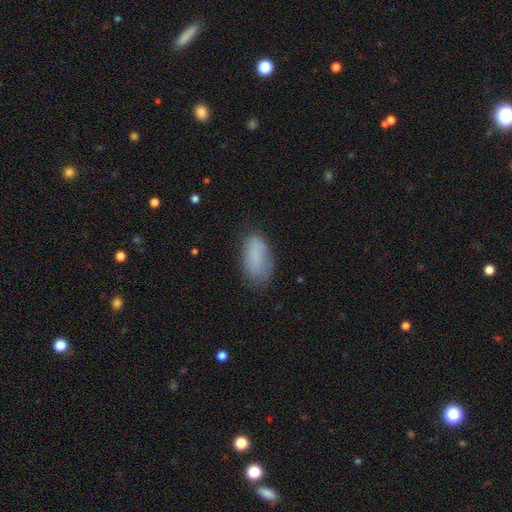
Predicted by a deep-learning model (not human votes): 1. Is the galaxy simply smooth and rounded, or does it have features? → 80% smooth, 12% featured or disk, 8% star or artifact.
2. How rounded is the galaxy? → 92% in between, 4% cigar-shaped, 3% round.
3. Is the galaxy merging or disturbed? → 69% none, 22% minor disturbance, 7% major disturbance, 2% merger.